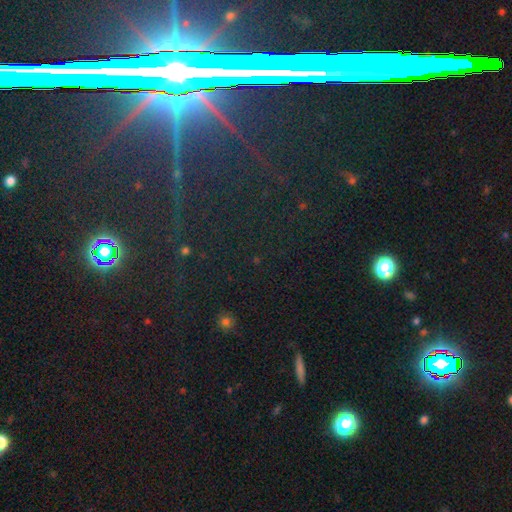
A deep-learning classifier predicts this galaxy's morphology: This is likely a star or artifact rather than a galaxy (78%).